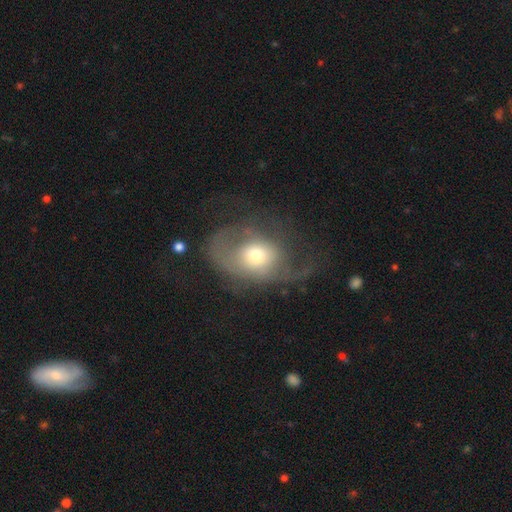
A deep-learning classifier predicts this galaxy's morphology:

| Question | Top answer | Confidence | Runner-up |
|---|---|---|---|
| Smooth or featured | featured or disk | 48% | smooth (43%) |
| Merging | major disturbance | 51% | none (27%) |